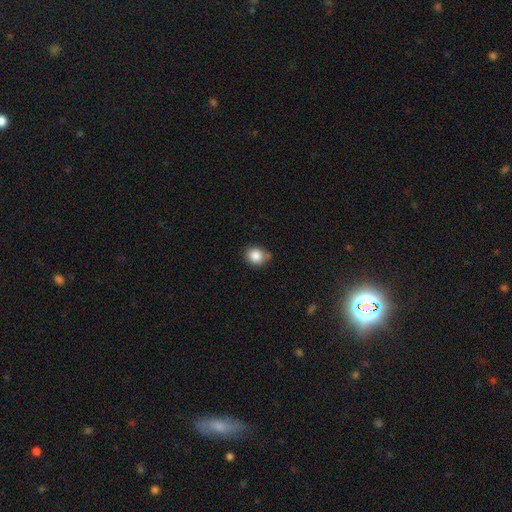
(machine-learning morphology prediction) This appears to be a smooth galaxy with no disk features (86%) that is round (74%). Merging: none (71%).